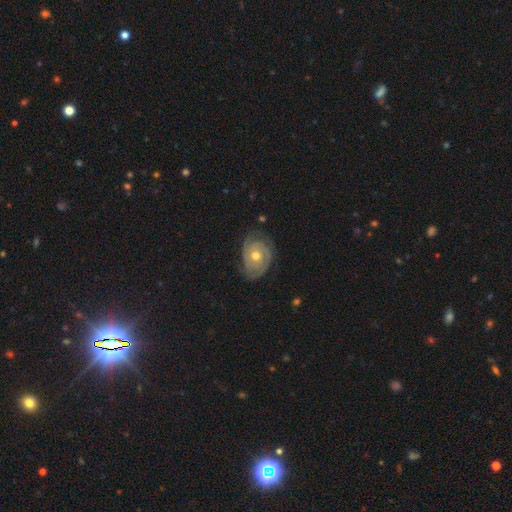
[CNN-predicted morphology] Smooth or featured?
  - featured or disk: 77% *
  - smooth: 17%
  - star or artifact: 6%
Edge-on disk?
  - no: 96% *
  - yes: 4%
Bar?
  - no: 82% *
  - weak: 15%
  - strong: 3%
Spiral arms?
  - yes: 90% *
  - no: 10%
Spiral winding?
  - tight: 71% *
  - medium: 23%
  - loose: 7%
Spiral arm count?
  - 2: 36% *
  - can't tell: 29%
  - 3: 20%
  - 1: 6%
  - 4: 5%
  - more than 4: 4%
Bulge size?
  - moderate: 73% *
  - small: 22%
  - large: 3%
  - none: 1%
  - dominant: 1%
Merging?
  - none: 70% *
  - minor disturbance: 22%
  - major disturbance: 7%
  - merger: 1%